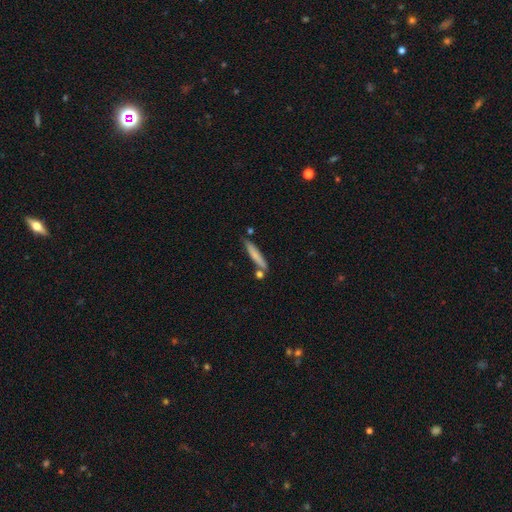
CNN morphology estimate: Smooth or featured? Predicted: smooth (p=0.72). How rounded? Predicted: cigar-shaped (p=0.92). Merging? Predicted: none (p=0.74).